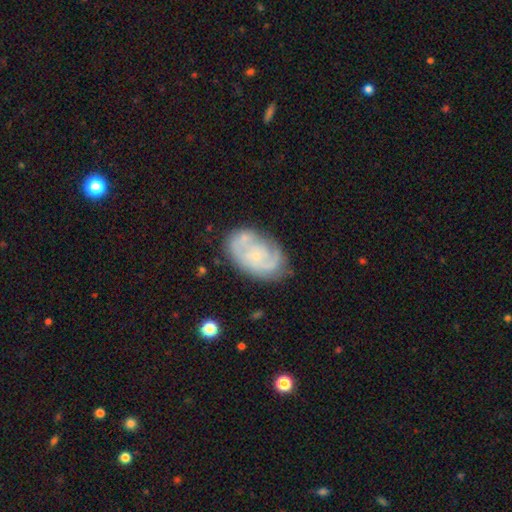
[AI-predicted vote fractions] This appears to be a featured or disk galaxy (74%) with no bar (76%), 2 (36%) tight (57%) spiral arms (85%) and a small central bulge (78%). Merging: none (64%).